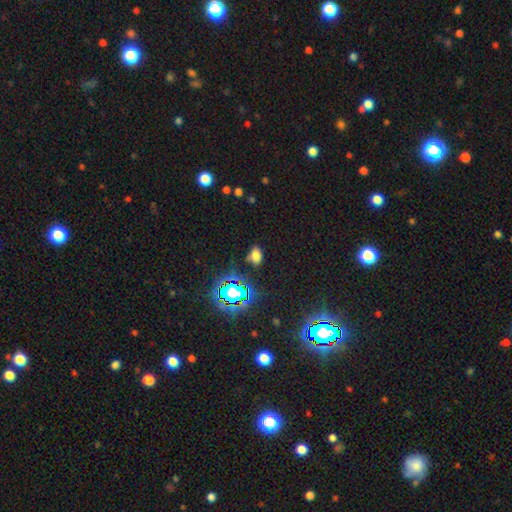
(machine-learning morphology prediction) Overall: smooth (64%; star or artifact 28%). How rounded: in between (83%). Merging: none (75%).